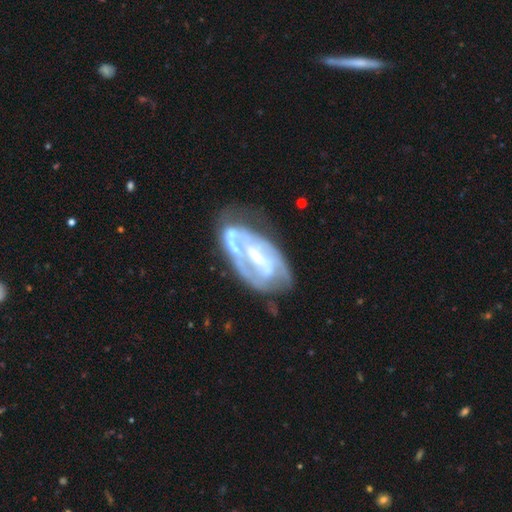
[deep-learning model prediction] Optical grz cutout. It shows a featured or disk galaxy (81%) with a strong bar (37%), 2 (46%) tight (46%) spiral arms (74%) and a small central bulge (50%). Merging: none (49%).